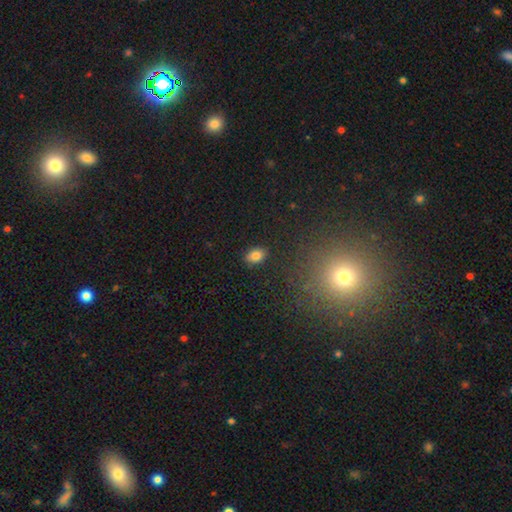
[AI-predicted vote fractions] Q: Smooth or featured?
A: smooth (83%); runner-up: star or artifact (10%)
Q: How rounded?
A: in between (83%); runner-up: round (16%)
Q: Merging?
A: none (87%); runner-up: minor disturbance (9%)